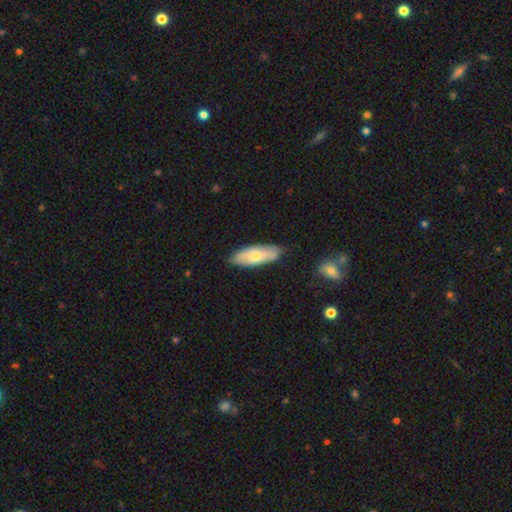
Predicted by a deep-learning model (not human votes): Smooth or featured? smooth (62%)
How rounded? in between (71%)
Merging? none (81%)